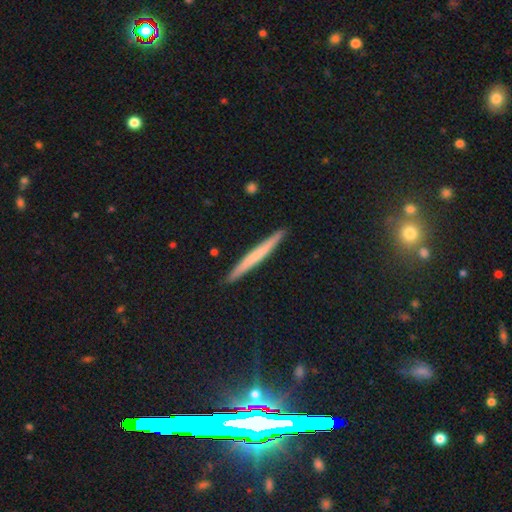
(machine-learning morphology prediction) Smooth or featured? Predicted: smooth (p=0.54). How rounded? Predicted: cigar-shaped (p=0.97). Merging? Predicted: none (p=0.92).